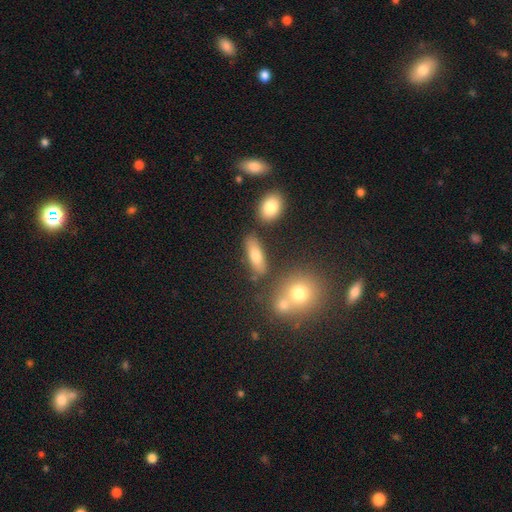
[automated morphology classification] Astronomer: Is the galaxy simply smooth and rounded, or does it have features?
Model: smooth — 71%.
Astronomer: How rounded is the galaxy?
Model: in between — 63%.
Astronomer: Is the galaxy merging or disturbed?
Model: none — 75%.